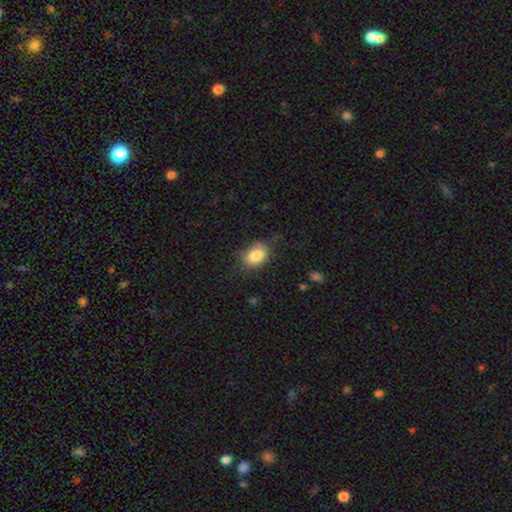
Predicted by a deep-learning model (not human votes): Smooth or featured?
  - smooth: 83% *
  - star or artifact: 9%
  - featured or disk: 8%
How rounded?
  - in between: 69% *
  - round: 30%
  - cigar-shaped: 1%
Merging?
  - none: 65% *
  - minor disturbance: 25%
  - major disturbance: 9%
  - merger: 2%